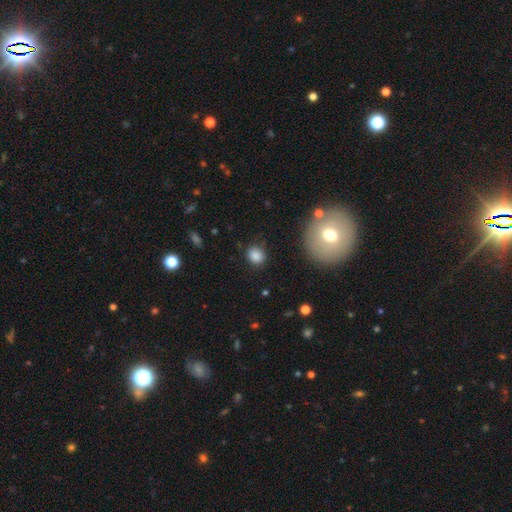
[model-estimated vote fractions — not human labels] A smooth galaxy with no disk features (85%) that is round (70%).

Vote fractions:
- Smooth or featured? smooth: 85% / star or artifact: 10% / featured or disk: 5%
- How rounded? round: 70% / in between: 29% / cigar-shaped: 1%
- Merging? none: 83% / minor disturbance: 12% / major disturbance: 3% / merger: 2%